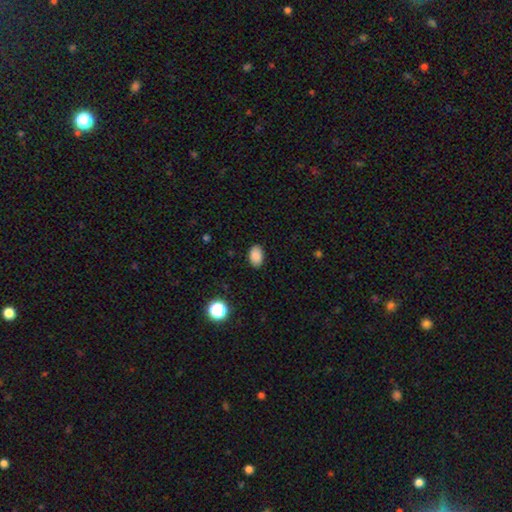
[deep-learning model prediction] Smooth or featured? Predicted: smooth (p=0.87). How rounded? Predicted: in between (p=0.87). Merging? Predicted: none (p=0.87).